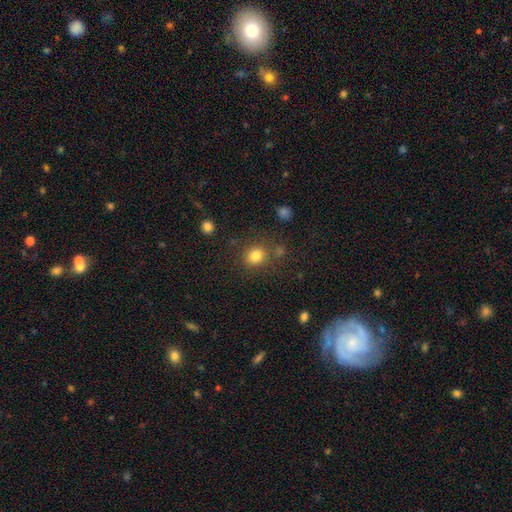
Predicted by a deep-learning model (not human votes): Overall: smooth (82%). How rounded: round (69%; in between 30%). Merging: none (76%).